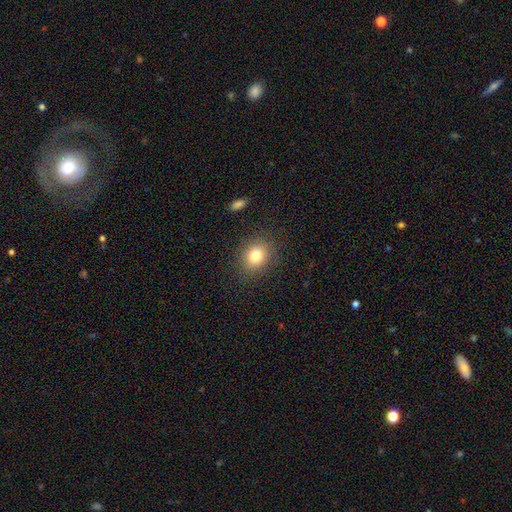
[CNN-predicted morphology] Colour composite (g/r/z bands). It shows a smooth galaxy with no disk features (80%) that is round (62%). Merging: none (86%).